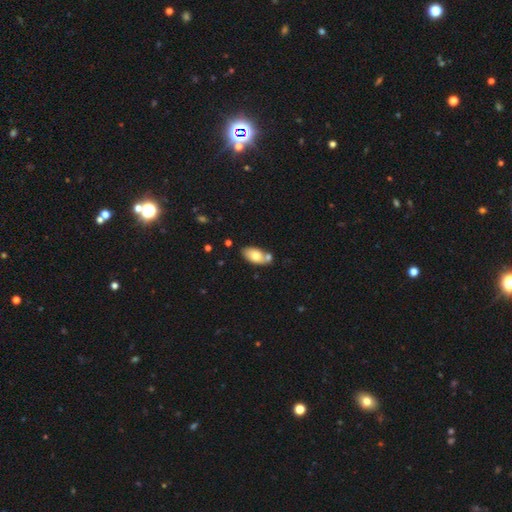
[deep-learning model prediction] smooth-or-featured: smooth: 73% | featured or disk: 20% | star or artifact: 7%
  how-rounded: in between: 92% | round: 5% | cigar-shaped: 3%
  merging: none: 53% | merger: 28% | minor disturbance: 15% | major disturbance: 4%